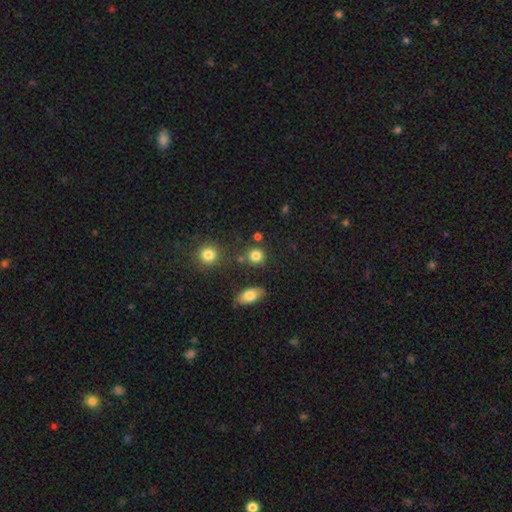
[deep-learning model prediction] Smooth or featured? smooth (83%)
How rounded? round (85%)
Merging? none (80%)